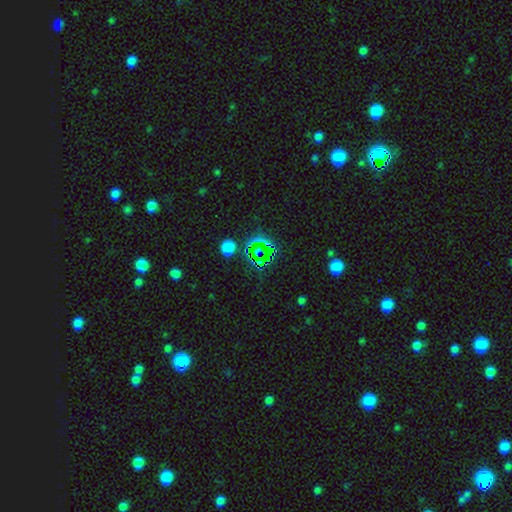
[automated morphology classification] Smooth or featured?
  - star or artifact: 68% *
  - smooth: 23%
  - featured or disk: 9%